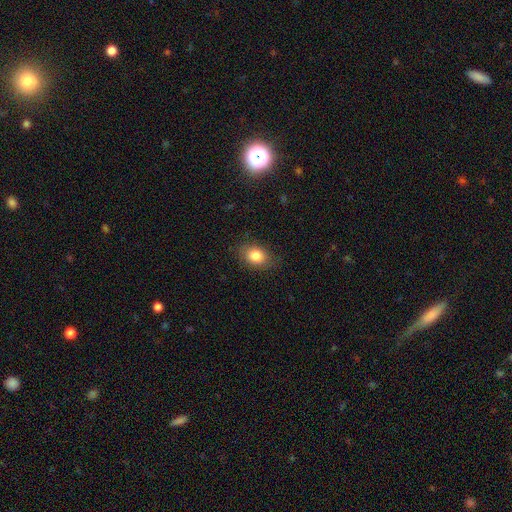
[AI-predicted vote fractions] Morphology: type=smooth (83%); roundness=in between (74%); merging=none (81%).